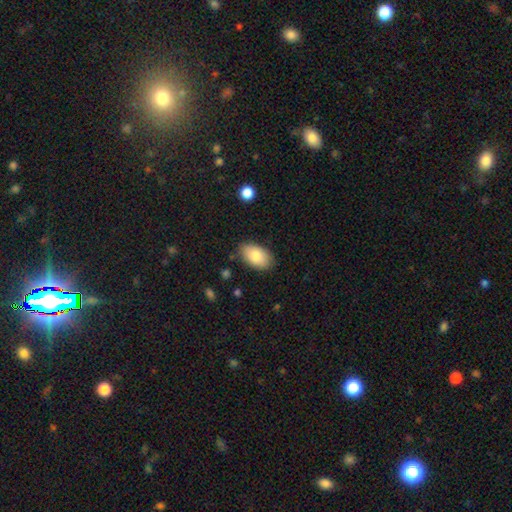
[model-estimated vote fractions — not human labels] A smooth galaxy with no disk features (82%) that is in between round and cigar-shaped (93%).

Vote fractions:
- Smooth or featured? smooth: 82% / featured or disk: 11% / star or artifact: 7%
- How rounded? in between: 93% / round: 5% / cigar-shaped: 1%
- Merging? none: 81% / minor disturbance: 15% / major disturbance: 3% / merger: 1%